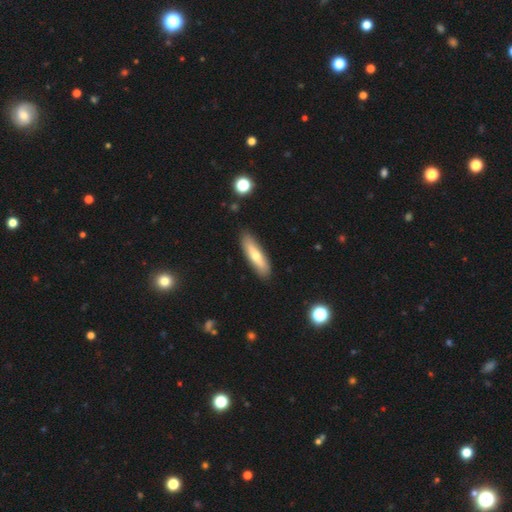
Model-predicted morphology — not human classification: Overall: smooth (62%; featured or disk 32%). How rounded: cigar-shaped (66%; in between 32%). Merging: none (86%).